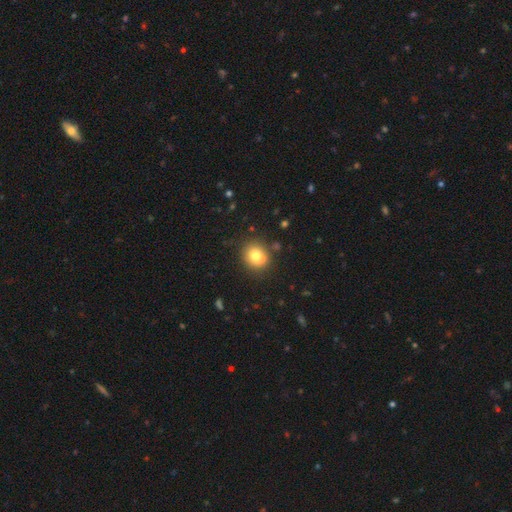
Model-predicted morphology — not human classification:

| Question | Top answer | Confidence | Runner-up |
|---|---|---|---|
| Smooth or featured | smooth | 78% | featured or disk (11%) |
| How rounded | round | 81% | in between (18%) |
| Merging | none | 79% | minor disturbance (14%) |